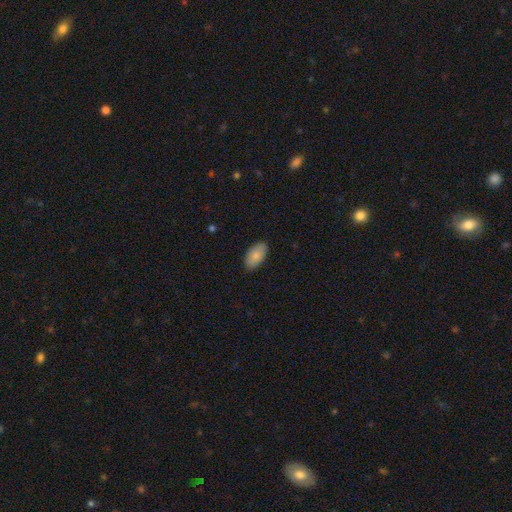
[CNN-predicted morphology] smooth_or_featured: smooth (p=0.83) [alt: featured or disk p=0.11]
how_rounded: in between (p=0.95) [alt: round p=0.03]
merging: none (p=0.86) [alt: minor disturbance p=0.11]